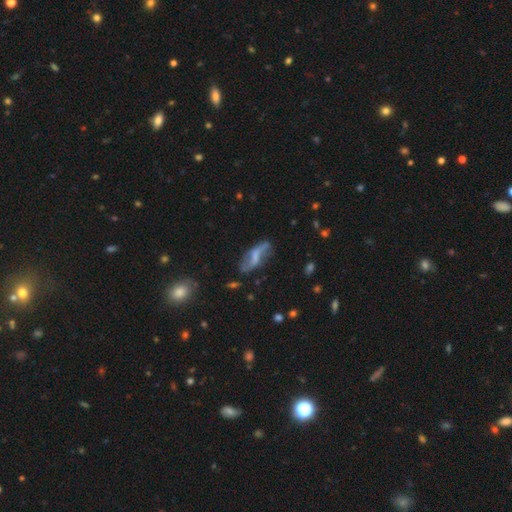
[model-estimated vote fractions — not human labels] This is likely a featured or disk galaxy (60%). It is clearly not viewed edge-on (86%). Bar: marginally weak (40%). Spiral arm pattern: likely yes (76%). Central bulge: possibly none (46%). Merging: likely none (60%).